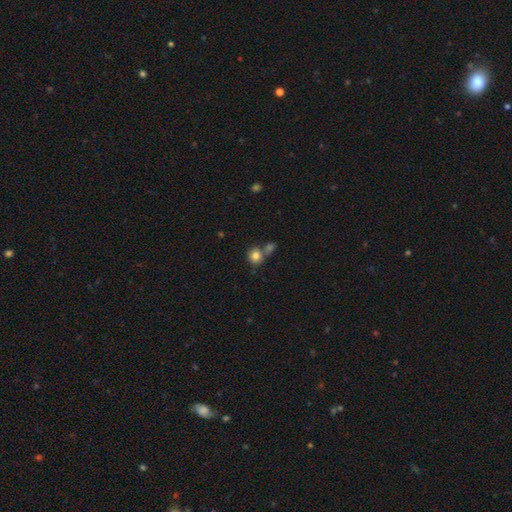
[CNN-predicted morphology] smooth_or_featured: smooth (p=0.82) [alt: star or artifact p=0.11]
how_rounded: round (p=0.86) [alt: in between p=0.13]
merging: none (p=0.54) [alt: merger p=0.33]